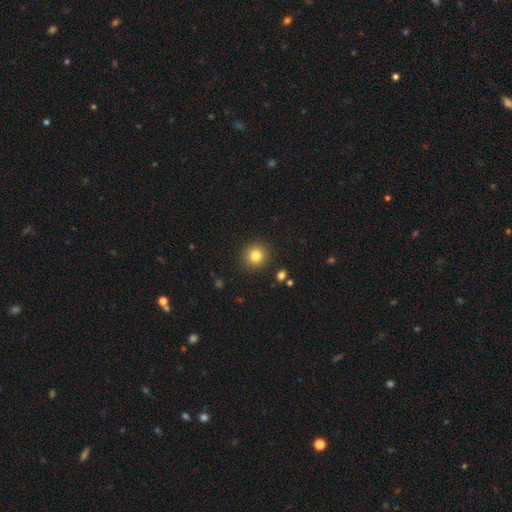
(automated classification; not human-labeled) Overall: smooth (82%). How rounded: round (93%). Merging: none (90%).